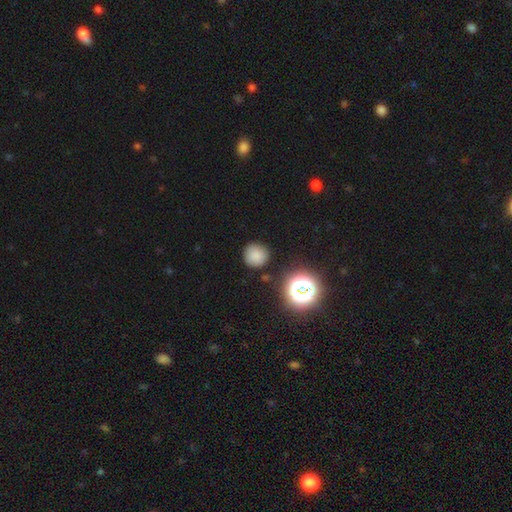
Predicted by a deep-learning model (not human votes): Smooth or featured: smooth — 78% (star or artifact — 16%)
How rounded: round — 93% (in between — 6%)
Merging: none — 85% (minor disturbance — 10%)